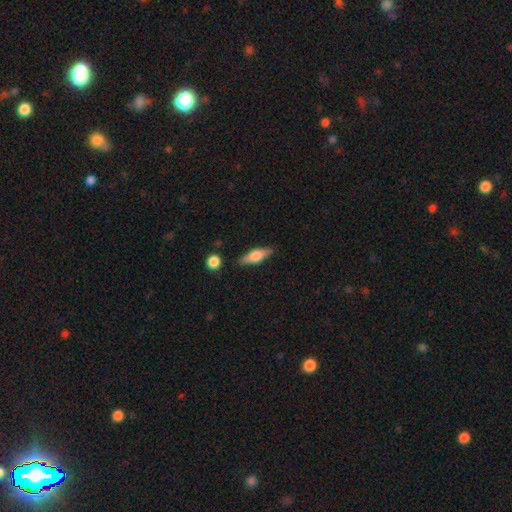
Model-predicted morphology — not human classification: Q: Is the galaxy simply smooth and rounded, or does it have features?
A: smooth — 57%.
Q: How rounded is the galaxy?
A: in between — 50%.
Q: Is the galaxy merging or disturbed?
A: none — 83%.